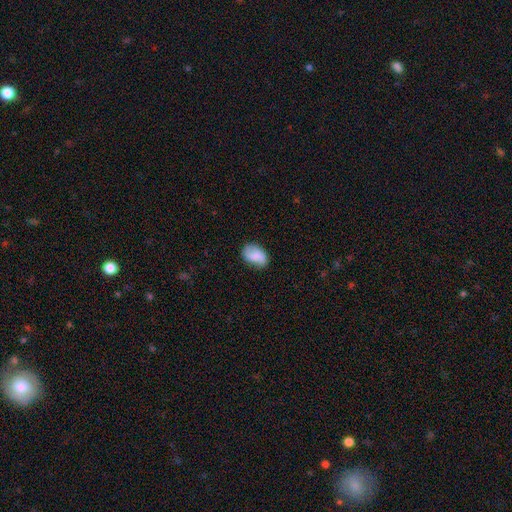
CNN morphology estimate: Smooth or featured?
  - smooth: 67% *
  - featured or disk: 25%
  - star or artifact: 8%
How rounded?
  - in between: 85% *
  - round: 14%
  - cigar-shaped: 1%
Merging?
  - none: 71% *
  - minor disturbance: 22%
  - major disturbance: 6%
  - merger: 2%